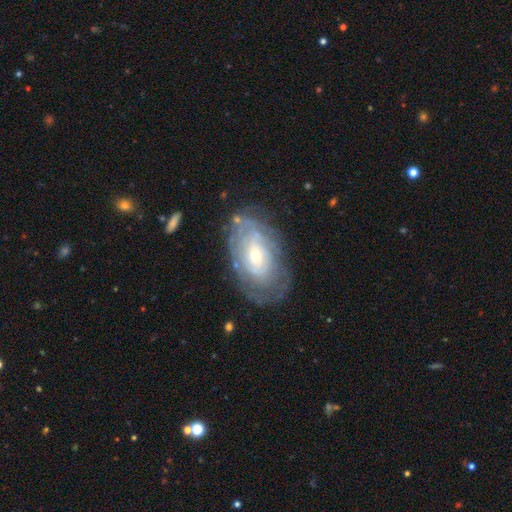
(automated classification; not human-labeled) Q: Smooth or featured?
A: featured or disk (74%); runner-up: smooth (20%)
Q: Edge-on disk?
A: no (94%); runner-up: yes (6%)
Q: Bar?
A: no (66%); runner-up: weak (28%)
Q: Spiral arms?
A: yes (79%); runner-up: no (21%)
Q: Spiral winding?
A: tight (73%); runner-up: medium (20%)
Q: Spiral arm count?
A: can't tell (64%); runner-up: 2 (13%)
Q: Bulge size?
A: small (54%); runner-up: moderate (40%)
Q: Merging?
A: none (70%); runner-up: minor disturbance (19%)